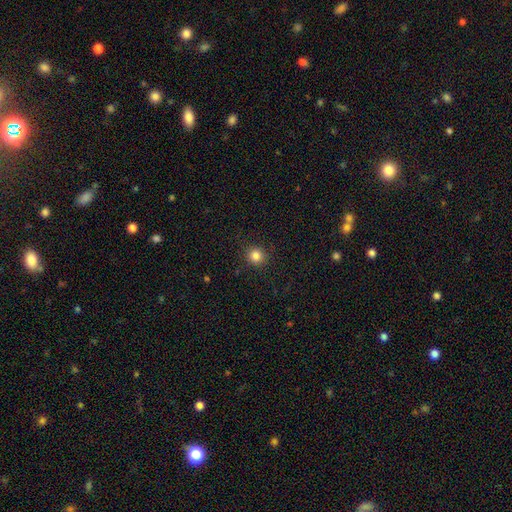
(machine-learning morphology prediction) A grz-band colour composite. It shows a smooth galaxy with no disk features (83%) that is round (92%). Merging: none (91%).